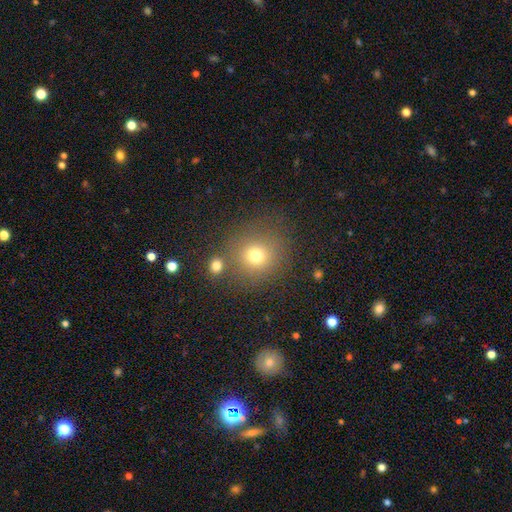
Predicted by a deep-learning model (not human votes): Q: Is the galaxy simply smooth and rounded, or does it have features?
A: smooth — 72%.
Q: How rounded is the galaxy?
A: round — 88%.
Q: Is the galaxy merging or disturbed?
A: none — 75%.